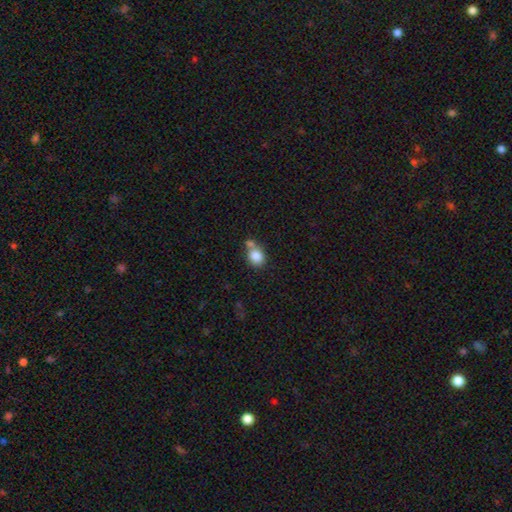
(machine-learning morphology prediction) A smooth galaxy with no disk features (83%) that is round (62%). Merging: none (44%).